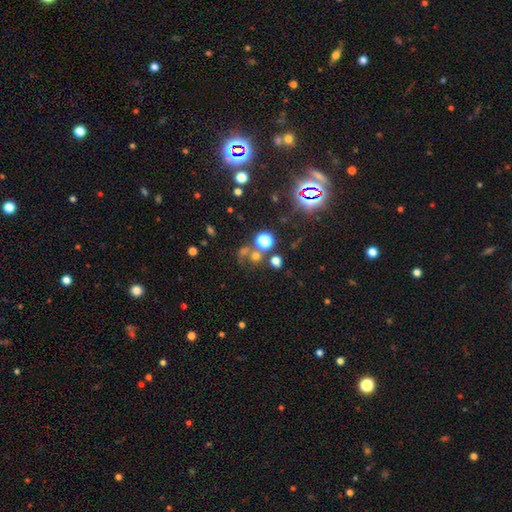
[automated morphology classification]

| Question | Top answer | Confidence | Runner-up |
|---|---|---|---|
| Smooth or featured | smooth | 52% | star or artifact (37%) |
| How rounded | round | 87% | in between (12%) |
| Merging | none | 61% | merger (23%) |